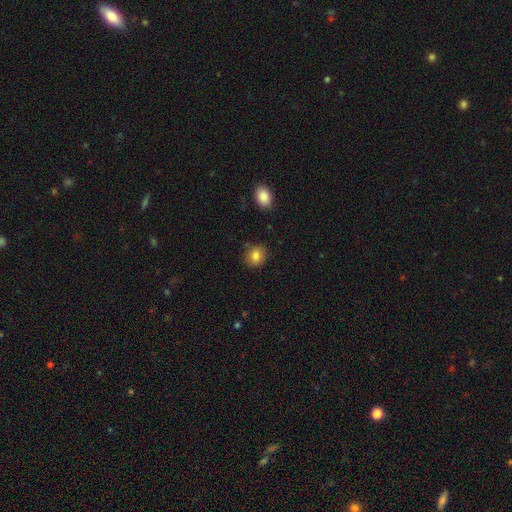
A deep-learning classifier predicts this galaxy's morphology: Smooth or featured? Predicted: smooth (p=0.84). How rounded? Predicted: round (p=0.68). Merging? Predicted: none (p=0.85).